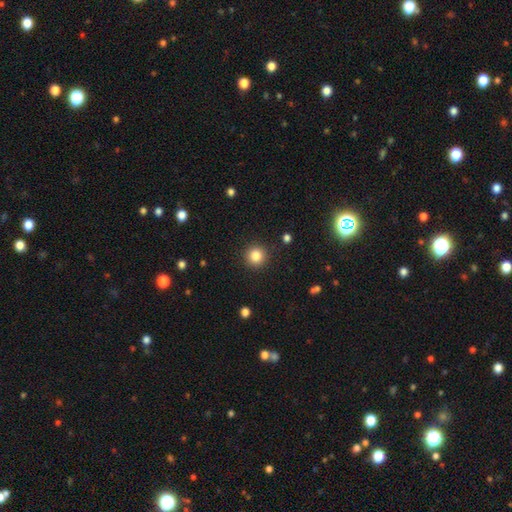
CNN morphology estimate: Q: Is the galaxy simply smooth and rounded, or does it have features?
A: smooth — 85%.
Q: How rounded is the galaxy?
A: round — 94%.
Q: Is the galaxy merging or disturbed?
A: none — 91%.